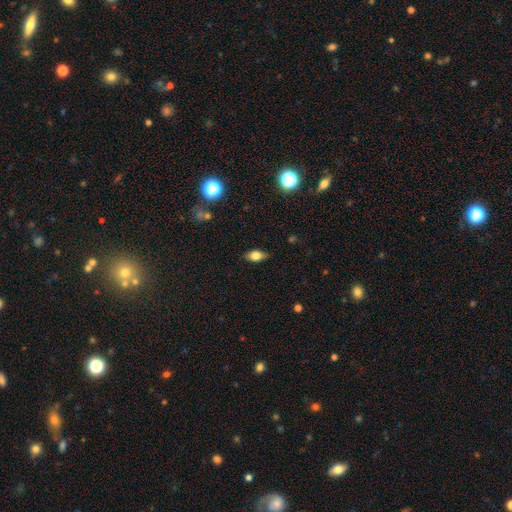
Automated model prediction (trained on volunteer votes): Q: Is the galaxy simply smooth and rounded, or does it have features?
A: smooth — 73%.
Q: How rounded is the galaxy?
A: in between — 84%.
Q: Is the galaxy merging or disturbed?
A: none — 84%.